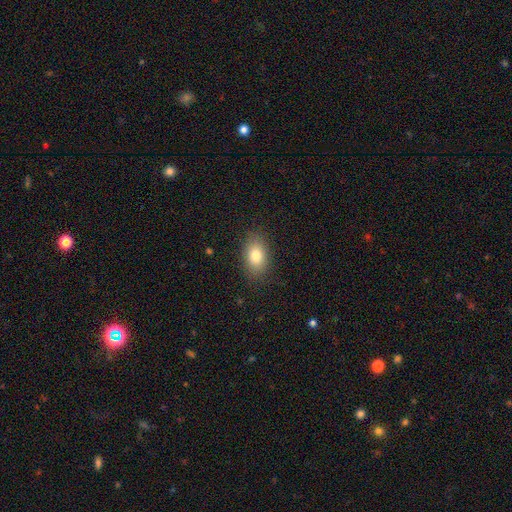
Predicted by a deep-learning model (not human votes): Smooth or featured? smooth (81%)
How rounded? in between (86%)
Merging? none (86%)